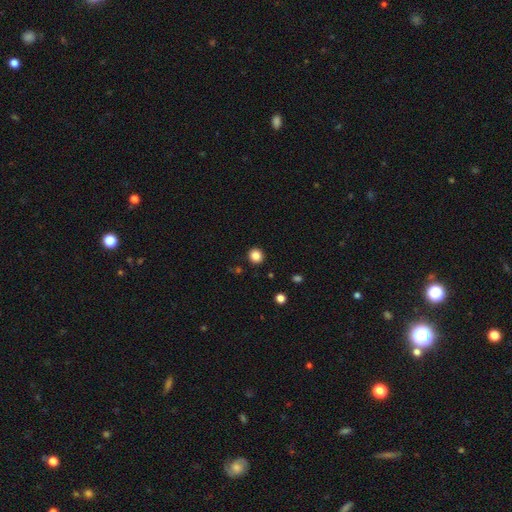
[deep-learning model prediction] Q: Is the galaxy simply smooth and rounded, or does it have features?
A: smooth — 85%.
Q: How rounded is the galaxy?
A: round — 89%.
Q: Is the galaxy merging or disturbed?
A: none — 91%.